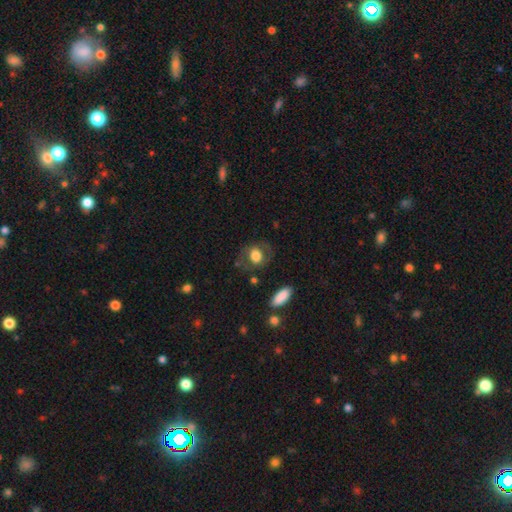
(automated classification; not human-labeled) smooth_or_featured: smooth (p=0.66) [alt: featured or disk p=0.26]
how_rounded: in between (p=0.50) [alt: round p=0.49]
merging: none (p=0.70) [alt: minor disturbance p=0.16]